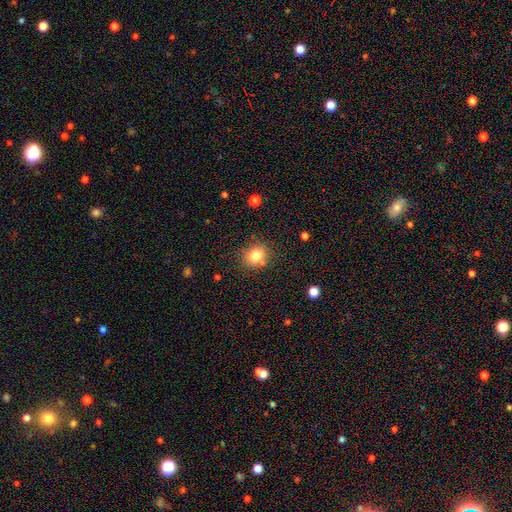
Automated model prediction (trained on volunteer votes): Smooth or featured? smooth (80%)
How rounded? round (69%)
Merging? none (77%)